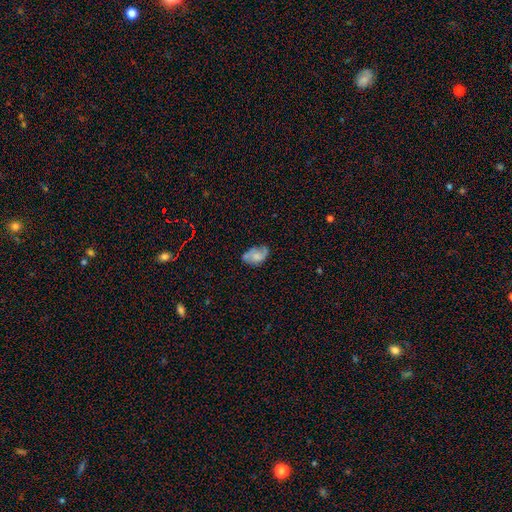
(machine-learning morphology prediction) The model was most divided on "smooth or featured": smooth: 49%, featured or disk: 41%, star or artifact: 9%. More confident: merging — none (51%).